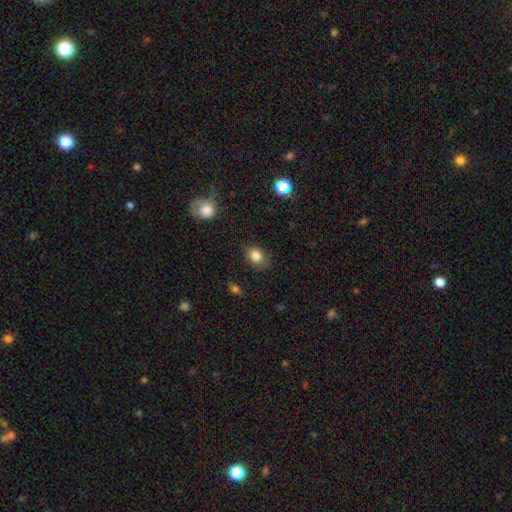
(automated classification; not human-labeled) This is clearly a smooth galaxy (83%). How rounded: possibly in between (50%). Merging: likely none (75%).